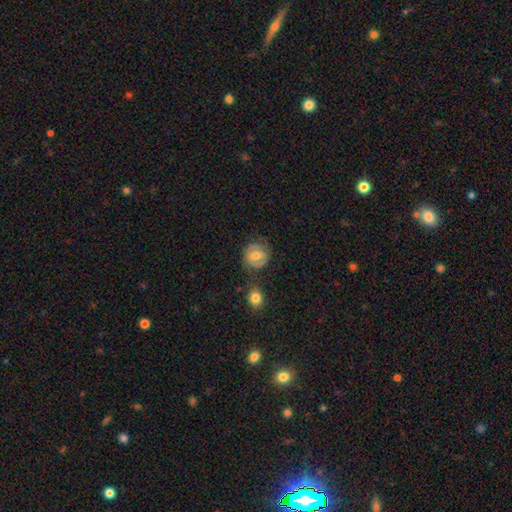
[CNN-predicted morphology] smooth_or_featured: featured or disk (p=0.55) [alt: smooth p=0.37]
disk_edge_on: no (p=0.97) [alt: yes p=0.03]
bar: weak (p=0.46) [alt: no p=0.37]
has_spiral_arms: yes (p=0.74) [alt: no p=0.26]
bulge_size: moderate (p=0.68) [alt: small p=0.23]
merging: none (p=0.67) [alt: minor disturbance p=0.19]